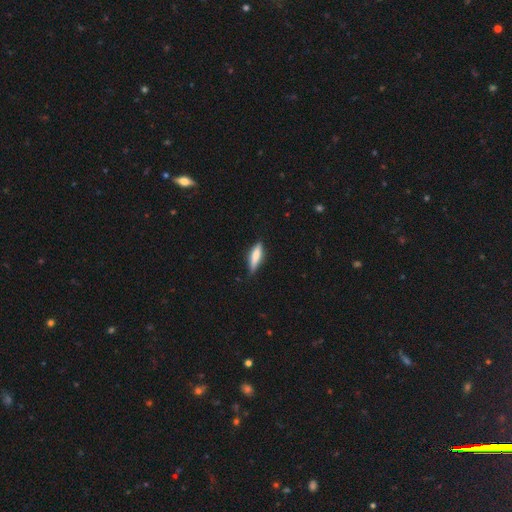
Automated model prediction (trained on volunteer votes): The model was most divided on "smooth or featured": smooth: 62%, featured or disk: 31%, star or artifact: 6%. More confident: merging — none (82%); how rounded — cigar-shaped (67%).